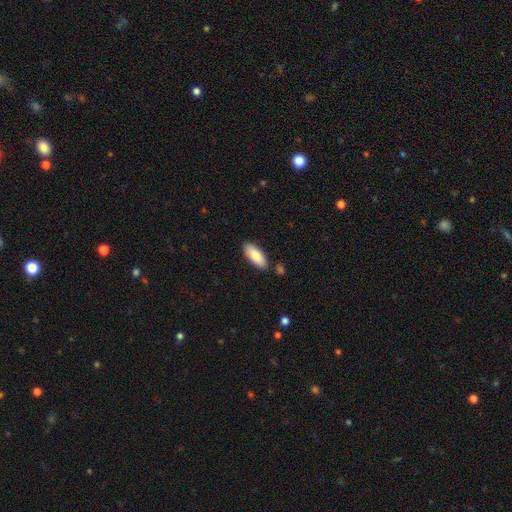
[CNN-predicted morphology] Smooth or featured?
  - smooth: 83% *
  - featured or disk: 11%
  - star or artifact: 6%
How rounded?
  - in between: 82% *
  - cigar-shaped: 16%
  - round: 2%
Merging?
  - none: 83% *
  - minor disturbance: 11%
  - merger: 4%
  - major disturbance: 2%